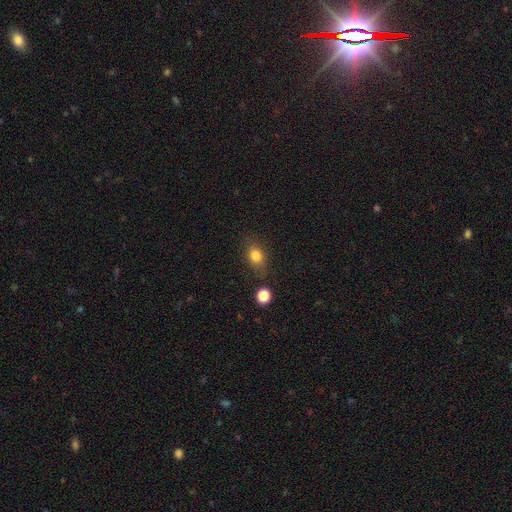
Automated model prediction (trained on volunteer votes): smooth_or_featured: smooth (p=0.81) [alt: star or artifact p=0.11]
how_rounded: in between (p=0.62) [alt: round p=0.36]
merging: none (p=0.76) [alt: minor disturbance p=0.15]